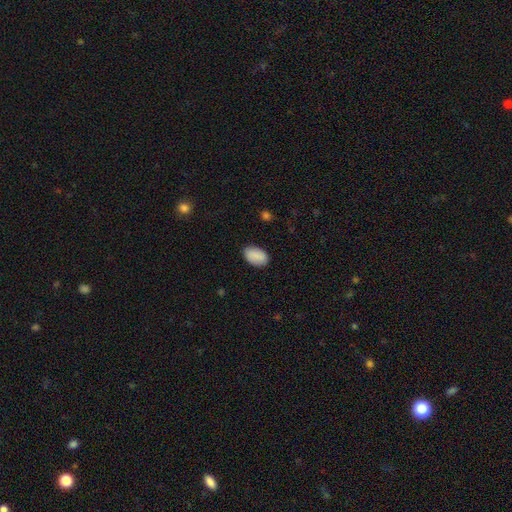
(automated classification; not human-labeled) smooth_or_featured: smooth (p=0.89) [alt: star or artifact p=0.06]
how_rounded: in between (p=0.92) [alt: round p=0.07]
merging: none (p=0.86) [alt: minor disturbance p=0.11]